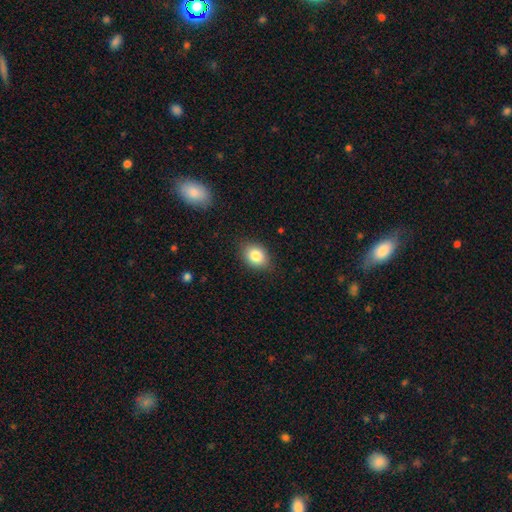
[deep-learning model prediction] This is clearly a smooth galaxy (83%). How rounded: likely in between (68%). Merging: clearly none (83%).